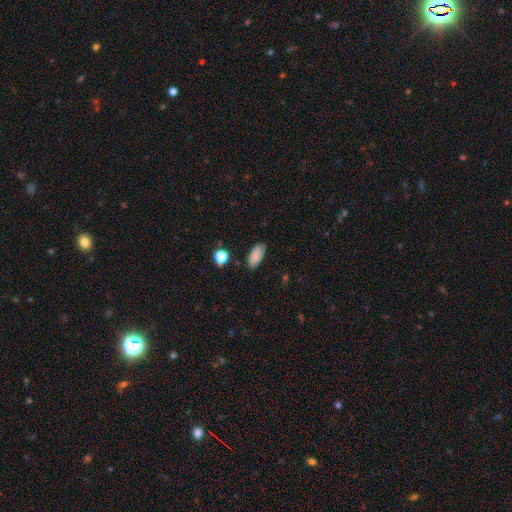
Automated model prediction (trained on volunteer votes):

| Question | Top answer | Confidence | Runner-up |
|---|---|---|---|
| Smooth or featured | smooth | 85% | star or artifact (9%) |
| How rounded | in between | 89% | cigar-shaped (8%) |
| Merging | none | 81% | minor disturbance (14%) |